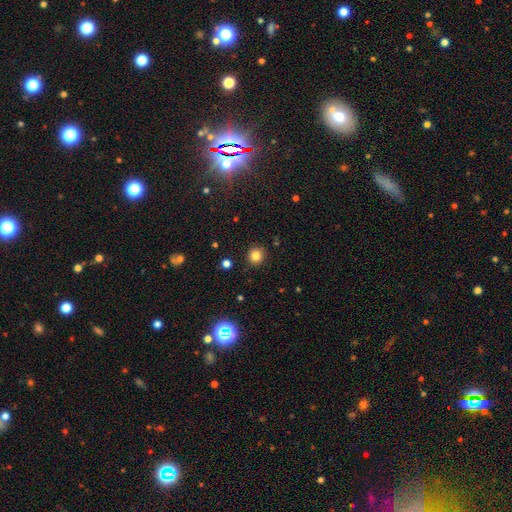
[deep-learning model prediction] Smooth or featured?
  - smooth: 81% *
  - star or artifact: 13%
  - featured or disk: 5%
How rounded?
  - round: 92% *
  - in between: 7%
  - cigar-shaped: 1%
Merging?
  - none: 91% *
  - minor disturbance: 6%
  - major disturbance: 2%
  - merger: 1%